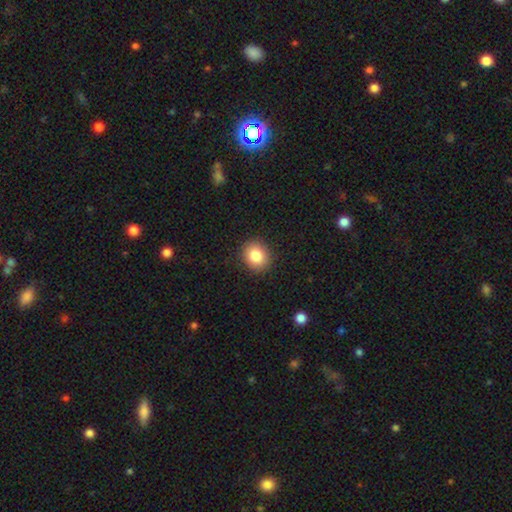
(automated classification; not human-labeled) This is clearly a smooth galaxy (84%). How rounded: likely round (74%). Merging: clearly none (90%).